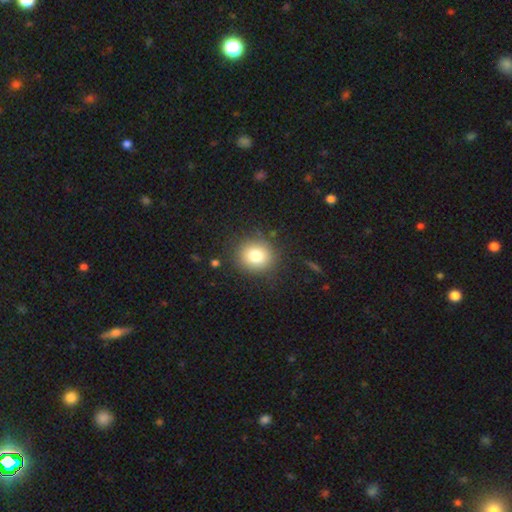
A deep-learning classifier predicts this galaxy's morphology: Smooth or featured? Predicted: smooth (p=0.79). How rounded? Predicted: round (p=0.83). Merging? Predicted: none (p=0.86).